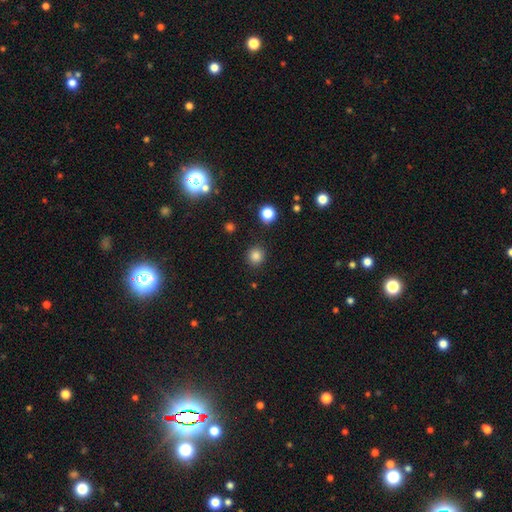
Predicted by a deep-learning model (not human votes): Smooth or featured?
  - smooth: 84% *
  - star or artifact: 13%
  - featured or disk: 4%
How rounded?
  - round: 91% *
  - in between: 8%
  - cigar-shaped: 1%
Merging?
  - none: 89% *
  - minor disturbance: 7%
  - major disturbance: 2%
  - merger: 2%